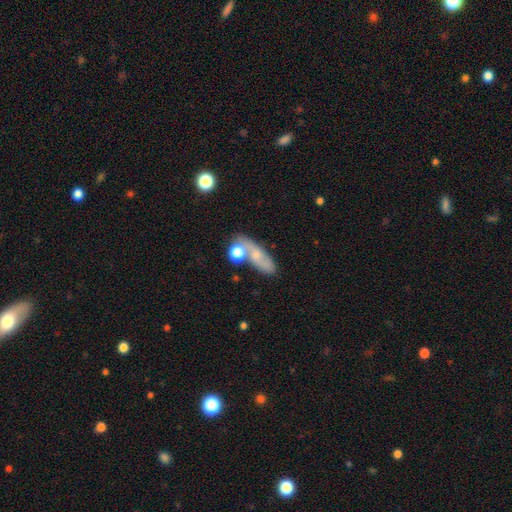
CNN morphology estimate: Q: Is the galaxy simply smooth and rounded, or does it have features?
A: smooth — 49%.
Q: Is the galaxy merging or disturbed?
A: none — 50%.